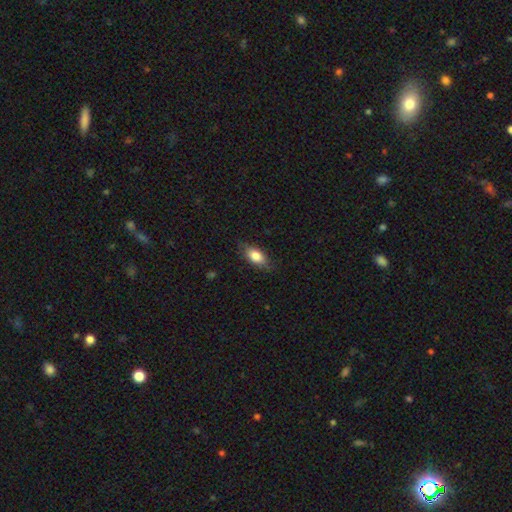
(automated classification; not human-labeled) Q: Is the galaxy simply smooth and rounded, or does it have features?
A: smooth — 80%.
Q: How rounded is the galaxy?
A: in between — 86%.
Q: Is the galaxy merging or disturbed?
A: none — 78%.